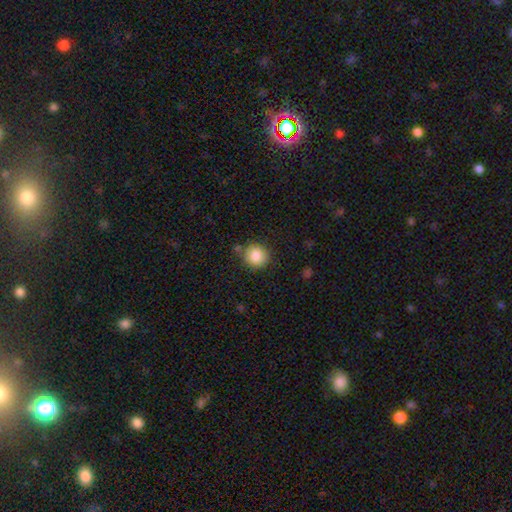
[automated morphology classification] This is clearly a smooth galaxy (85%). How rounded: clearly round (87%). Merging: likely none (80%).